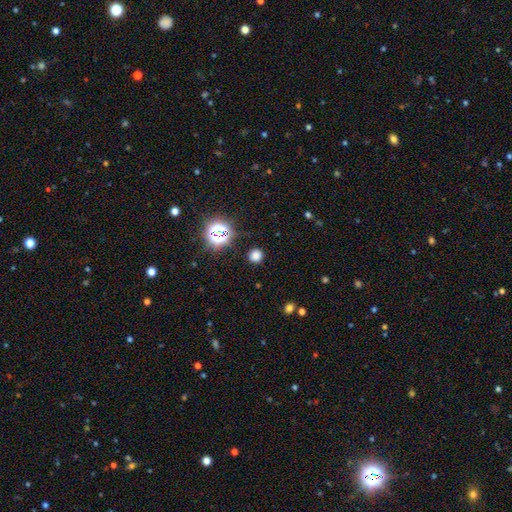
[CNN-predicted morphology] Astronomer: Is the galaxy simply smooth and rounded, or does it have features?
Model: smooth — 71%.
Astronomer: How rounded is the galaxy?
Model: round — 91%.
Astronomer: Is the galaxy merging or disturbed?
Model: none — 88%.